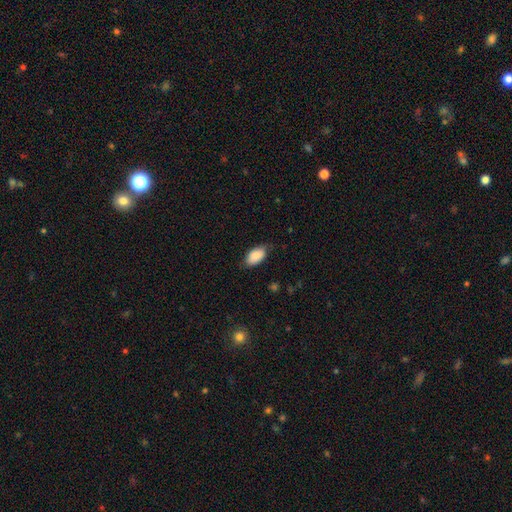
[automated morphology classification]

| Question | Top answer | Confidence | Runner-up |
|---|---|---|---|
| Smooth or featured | smooth | 85% | featured or disk (8%) |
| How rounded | in between | 94% | round (4%) |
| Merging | none | 74% | minor disturbance (21%) |